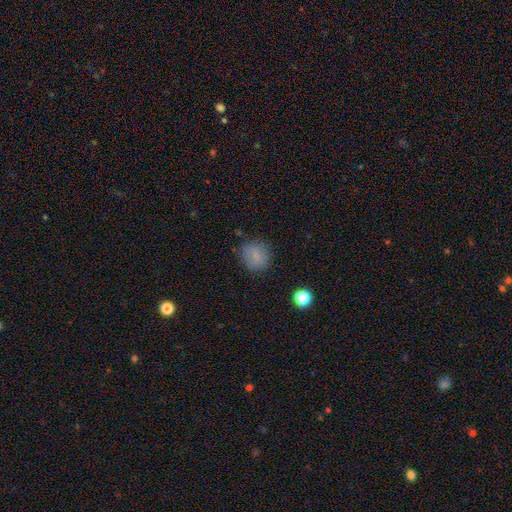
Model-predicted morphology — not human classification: A smooth galaxy with no disk features (78%) that is round (79%). Merging: none (78%).